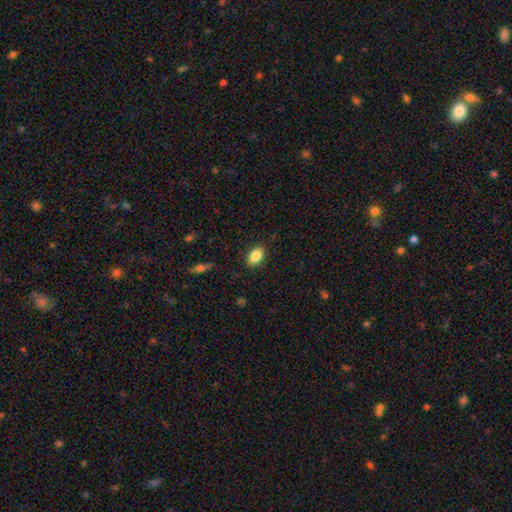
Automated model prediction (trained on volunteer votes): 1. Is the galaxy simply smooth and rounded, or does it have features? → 87% smooth, 8% star or artifact, 5% featured or disk.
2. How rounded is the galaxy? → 89% in between, 9% round, 2% cigar-shaped.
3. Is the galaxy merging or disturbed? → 87% none, 9% minor disturbance, 2% major disturbance, 1% merger.